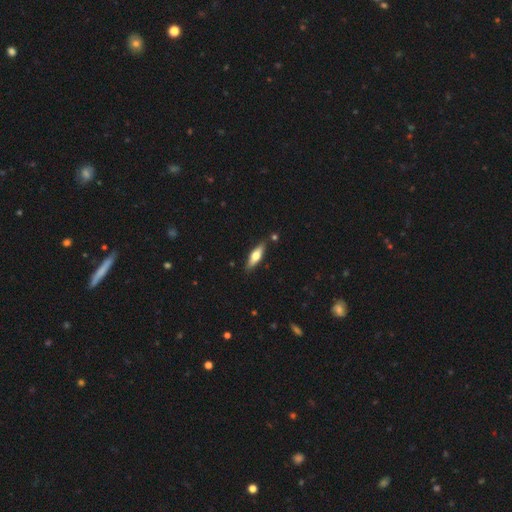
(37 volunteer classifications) Smooth or featured?
  - featured or disk: 51% *
  - smooth: 49%
  - star or artifact: 0%
Edge-on disk?
  - yes: 89% *
  - no: 11%
Edge-on bulge?
  - rounded: 100% *
  - boxy: 0%
  - none: 0%
Merging?
  - none: 76% *
  - minor disturbance: 14%
  - major disturbance: 5%
  - merger: 5%